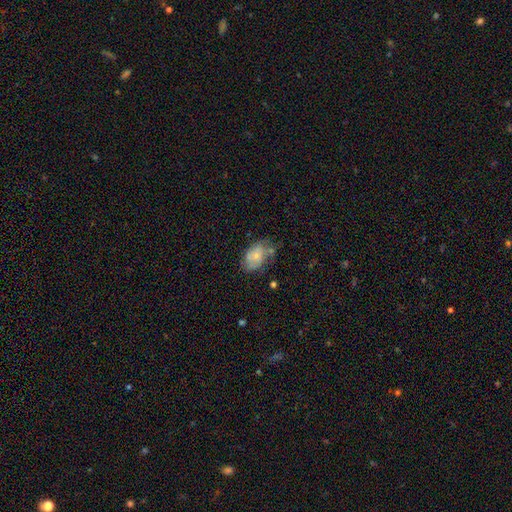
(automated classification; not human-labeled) Morphology: type=smooth (51%); roundness=in between (84%); merging=none (45%).